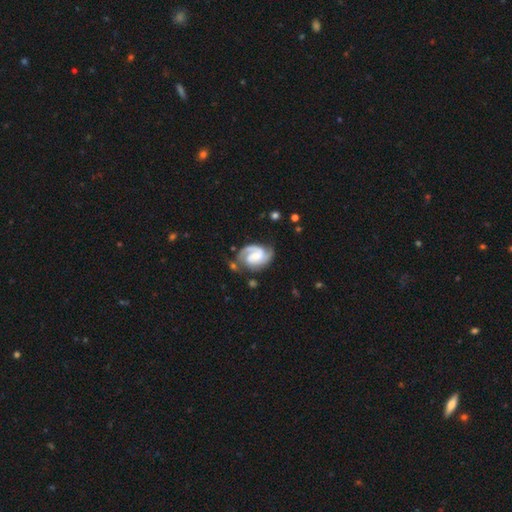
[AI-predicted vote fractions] smooth_or_featured: featured or disk (p=0.88) [alt: smooth p=0.08]
disk_edge_on: no (p=0.98) [alt: yes p=0.02]
bar: weak (p=0.43) [alt: no p=0.41]
has_spiral_arms: yes (p=0.98) [alt: no p=0.02]
spiral_winding: tight (p=0.45) [alt: medium p=0.44]
spiral_arm_count: 2 (p=0.75) [alt: 1 p=0.10]
bulge_size: small (p=0.42) [alt: moderate p=0.35]
merging: none (p=0.63) [alt: minor disturbance p=0.21]